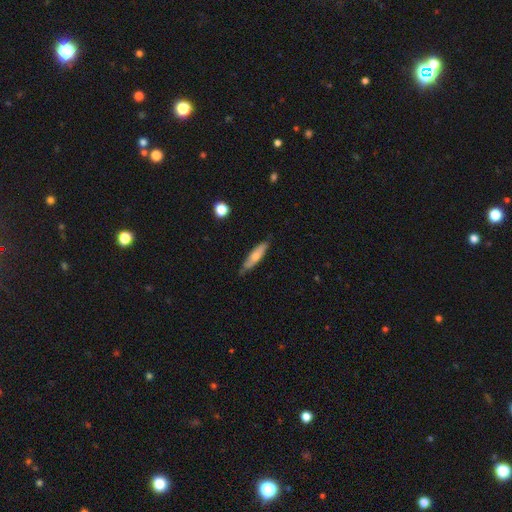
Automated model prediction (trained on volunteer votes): Smooth or featured: smooth — 62% (featured or disk — 32%)
How rounded: cigar-shaped — 73% (in between — 25%)
Merging: none — 76% (minor disturbance — 20%)